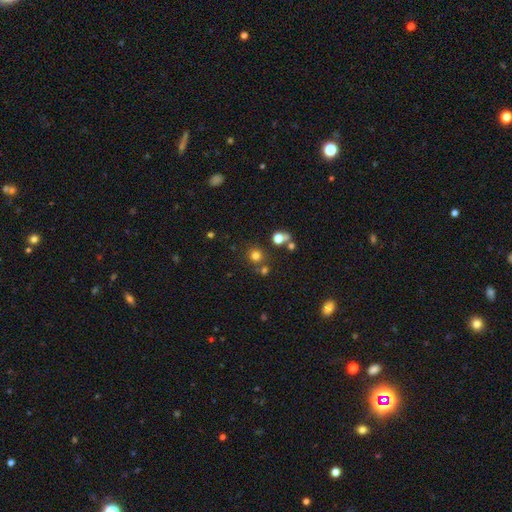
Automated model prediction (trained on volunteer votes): This is likely a smooth galaxy (74%). How rounded: clearly round (90%). Merging: likely none (75%).